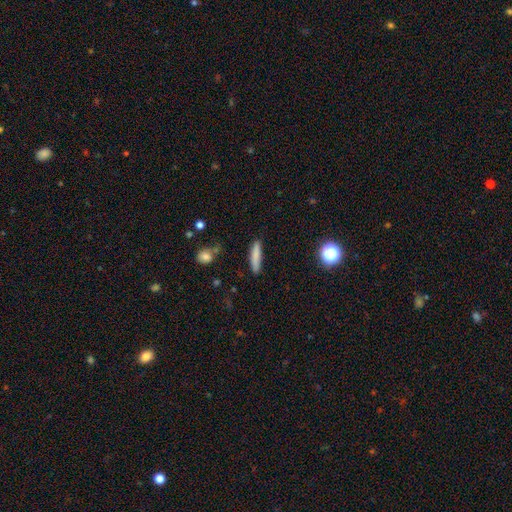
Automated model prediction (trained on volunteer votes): smooth 81%, featured or disk 11%, star or artifact 8%. Down the decision tree: how rounded — cigar-shaped (85%); merging — none (83%).